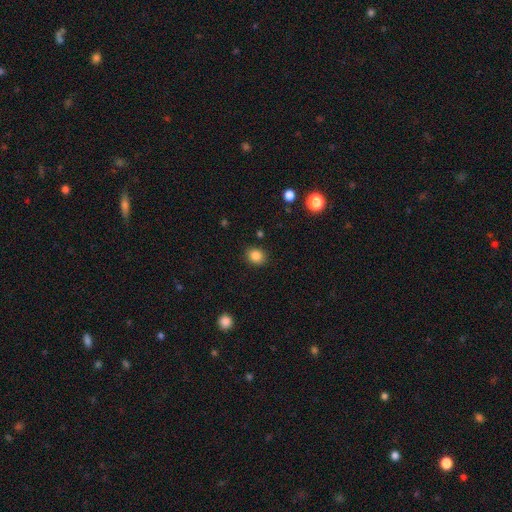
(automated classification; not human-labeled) Smooth or featured? Predicted: smooth (p=0.85). How rounded? Predicted: round (p=0.68). Merging? Predicted: none (p=0.89).